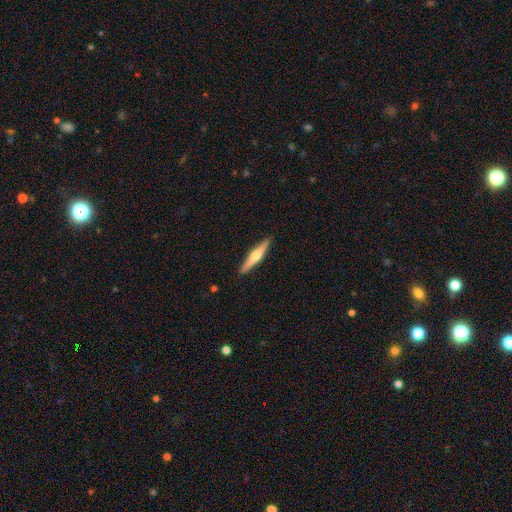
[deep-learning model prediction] featured or disk 58%, smooth 37%, star or artifact 5%. Down the decision tree: edge-on disk — yes (97%); edge-on bulge — rounded (91%); merging — none (90%).